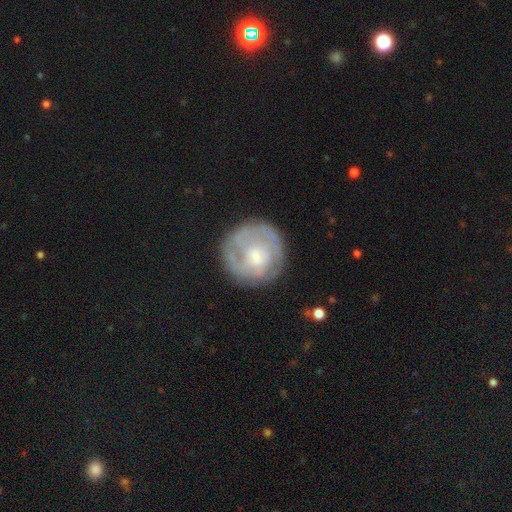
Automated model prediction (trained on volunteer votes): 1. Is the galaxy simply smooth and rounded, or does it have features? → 67% featured or disk, 27% smooth, 6% star or artifact.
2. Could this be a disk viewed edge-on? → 98% no, 2% yes.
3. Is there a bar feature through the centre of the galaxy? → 58% no, 35% weak, 7% strong.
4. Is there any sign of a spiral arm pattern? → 73% yes, 27% no.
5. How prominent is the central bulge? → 42% moderate, 39% small, 9% none, 8% large, 2% dominant.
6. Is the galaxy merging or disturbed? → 74% none, 16% minor disturbance, 9% major disturbance, 2% merger.